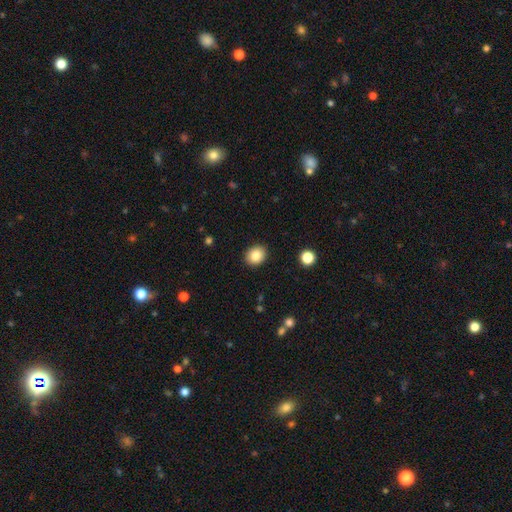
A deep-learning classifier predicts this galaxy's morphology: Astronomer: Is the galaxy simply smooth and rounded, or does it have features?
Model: smooth — 85%.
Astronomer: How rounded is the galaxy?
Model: round — 61% (runner-up: in between, 38%).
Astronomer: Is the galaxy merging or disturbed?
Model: none — 90%.